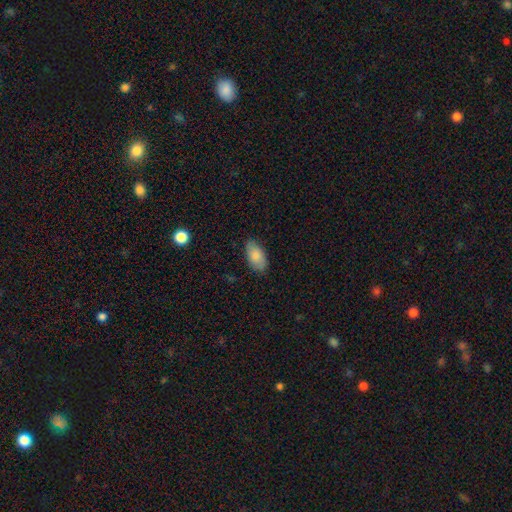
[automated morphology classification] smooth_or_featured: smooth (p=0.80) [alt: featured or disk p=0.13]
how_rounded: in between (p=0.94) [alt: round p=0.04]
merging: none (p=0.82) [alt: minor disturbance p=0.15]